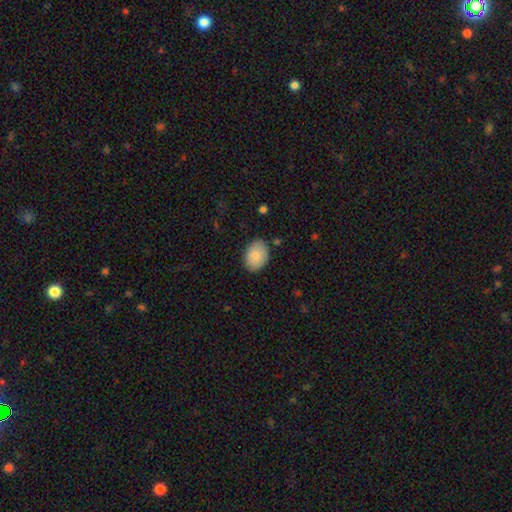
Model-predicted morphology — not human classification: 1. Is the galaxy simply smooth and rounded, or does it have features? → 86% smooth, 8% featured or disk, 6% star or artifact.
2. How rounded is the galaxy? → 75% in between, 24% round, 1% cigar-shaped.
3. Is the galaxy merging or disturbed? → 83% none, 13% minor disturbance, 3% major disturbance, 2% merger.